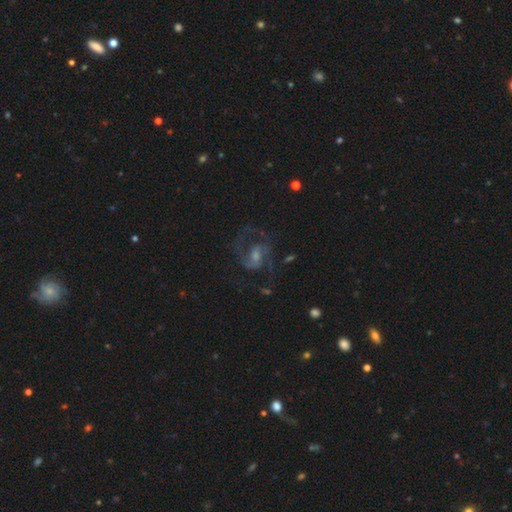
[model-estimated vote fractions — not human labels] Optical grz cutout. It shows a featured or disk galaxy (78%) with a weak bar (49%), 2 (78%) medium (57%) spiral arms (92%) and a small central bulge (42%). Merging: none (63%).